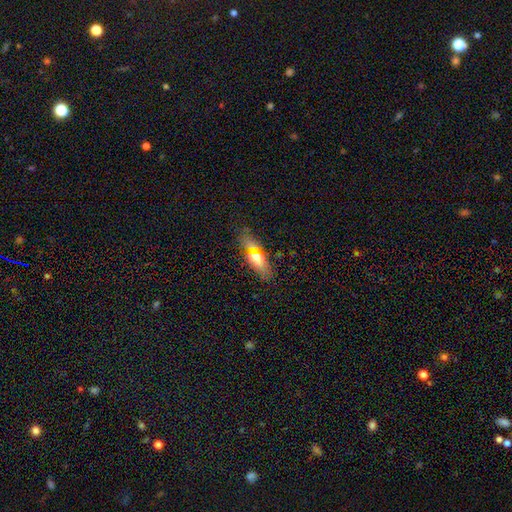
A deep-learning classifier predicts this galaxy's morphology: A smooth galaxy with no disk features (63%) that is in between round and cigar-shaped (60%).

Vote fractions:
- Smooth or featured? smooth: 63% / featured or disk: 25% / star or artifact: 12%
- How rounded? in between: 60% / cigar-shaped: 35% / round: 4%
- Merging? none: 81% / minor disturbance: 13% / major disturbance: 4% / merger: 2%